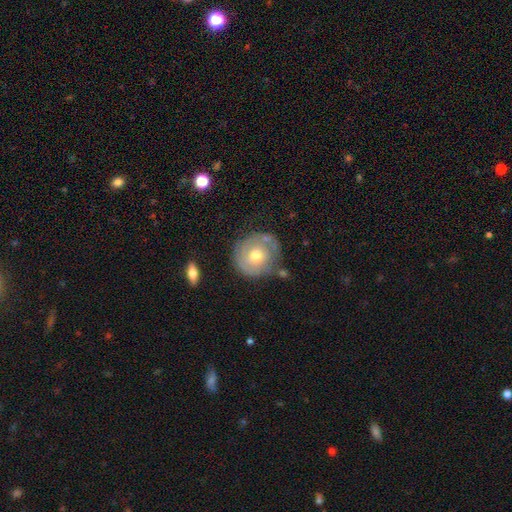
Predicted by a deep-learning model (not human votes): featured or disk 53%, smooth 39%, star or artifact 7%. Down the decision tree: edge-on disk — no (96%); bar — no (86%); spiral arms — yes (66%); bulge size — moderate (74%); merging — none (66%).